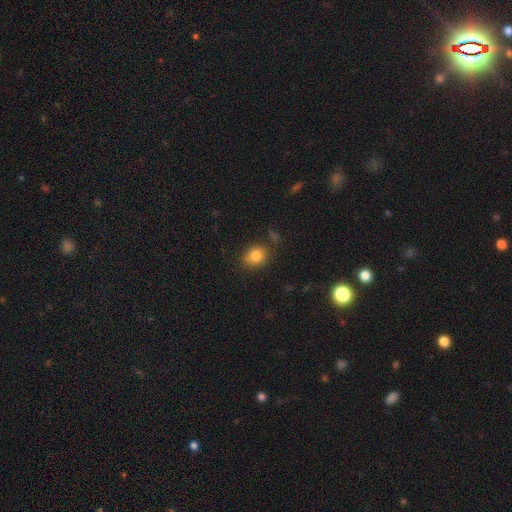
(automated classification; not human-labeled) Smooth or featured? Predicted: smooth (p=0.82). How rounded? Predicted: round (p=0.52). Merging? Predicted: none (p=0.73).